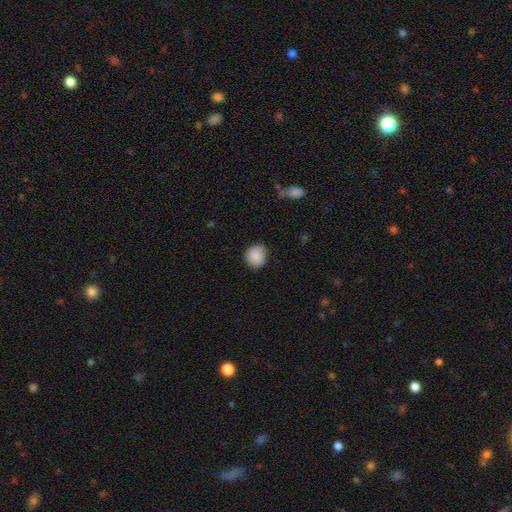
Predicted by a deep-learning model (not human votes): This is clearly a smooth galaxy (86%). How rounded: likely round (80%). Merging: likely none (77%).